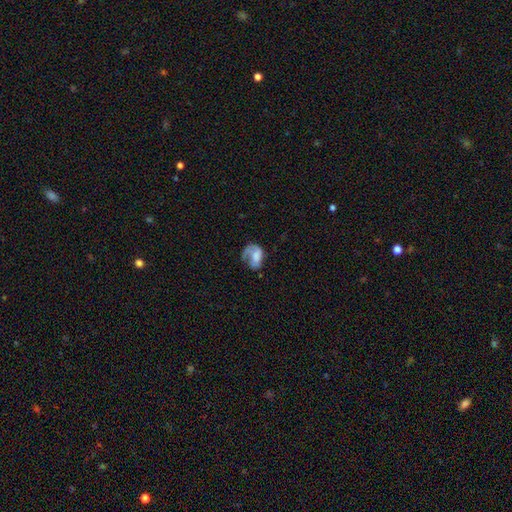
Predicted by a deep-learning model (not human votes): Q: Smooth or featured?
A: smooth (48%); runner-up: featured or disk (43%)
Q: Merging?
A: major disturbance (42%); runner-up: none (31%)